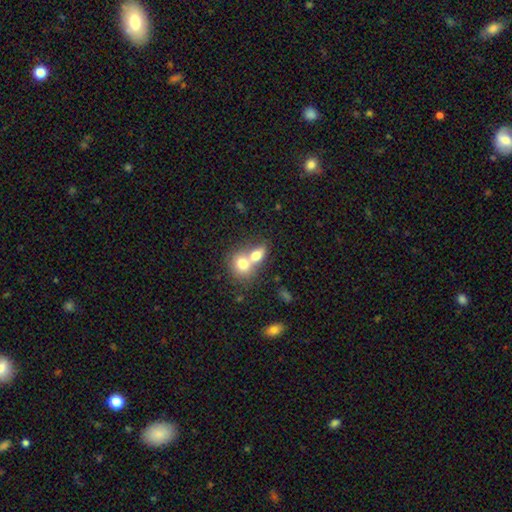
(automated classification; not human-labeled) This appears to be a smooth galaxy with no disk features (74%) that is in between round and cigar-shaped (58%). Merging: merger (72%).